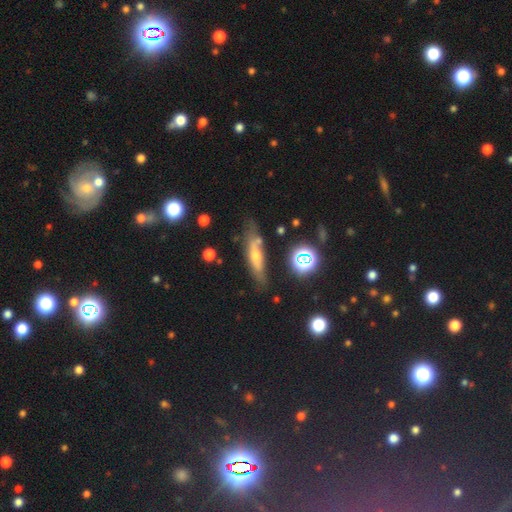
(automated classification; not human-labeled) Smooth or featured?
  - featured or disk: 48% *
  - smooth: 39%
  - star or artifact: 13%
Merging?
  - none: 63% *
  - minor disturbance: 22%
  - merger: 8%
  - major disturbance: 7%